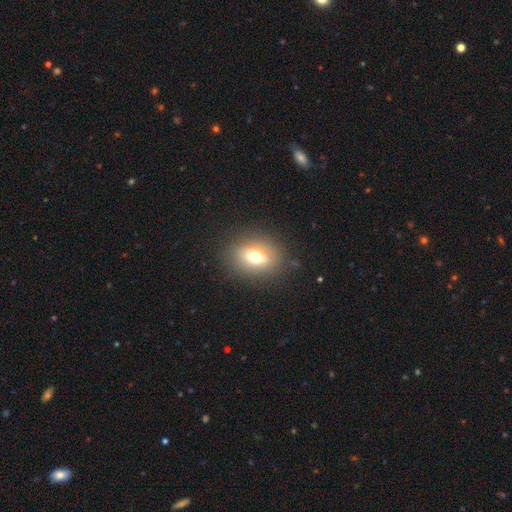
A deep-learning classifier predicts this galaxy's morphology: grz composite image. It shows a smooth galaxy with no disk features (68%) that is in between round and cigar-shaped (56%). Merging: none (83%).